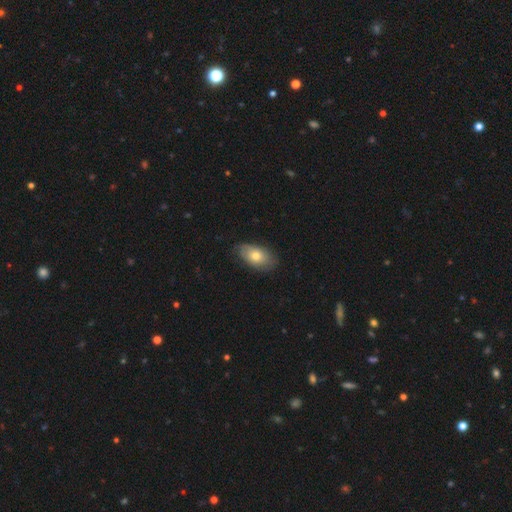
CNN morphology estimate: Q: Smooth or featured?
A: smooth (67%); runner-up: featured or disk (26%)
Q: How rounded?
A: in between (92%); runner-up: round (6%)
Q: Merging?
A: none (74%); runner-up: minor disturbance (21%)